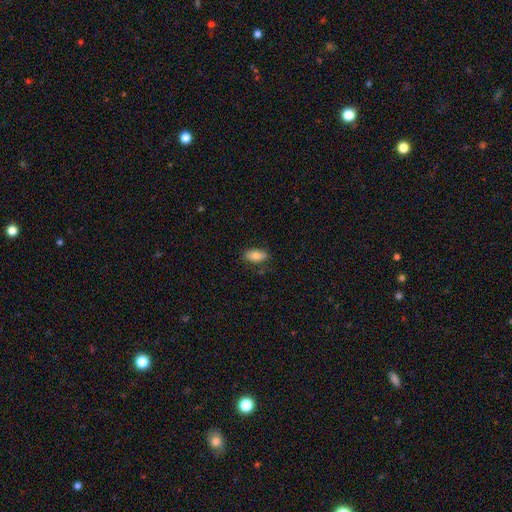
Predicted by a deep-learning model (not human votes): A smooth galaxy with no disk features (81%) that is in between round and cigar-shaped (90%). Merging: none (80%).